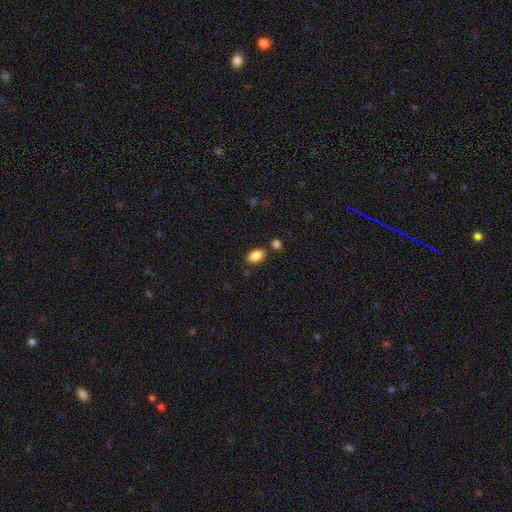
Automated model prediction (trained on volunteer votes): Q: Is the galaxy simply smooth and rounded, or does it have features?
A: smooth — 86%.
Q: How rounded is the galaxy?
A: in between — 91%.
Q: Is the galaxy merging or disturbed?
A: none — 79%.